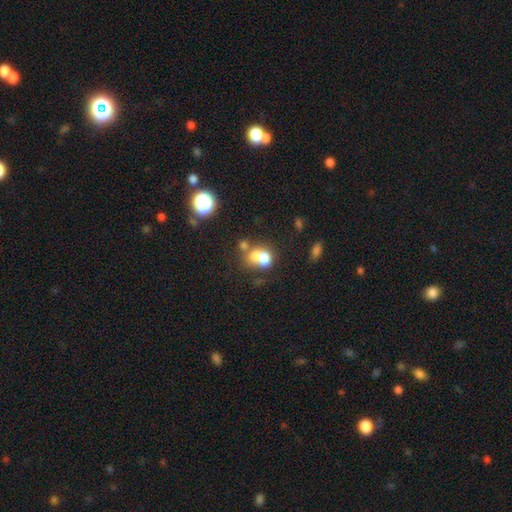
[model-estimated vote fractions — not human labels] smooth 65%, featured or disk 21%, star or artifact 14%. Down the decision tree: how rounded — round (58%); merging — merger (61%).